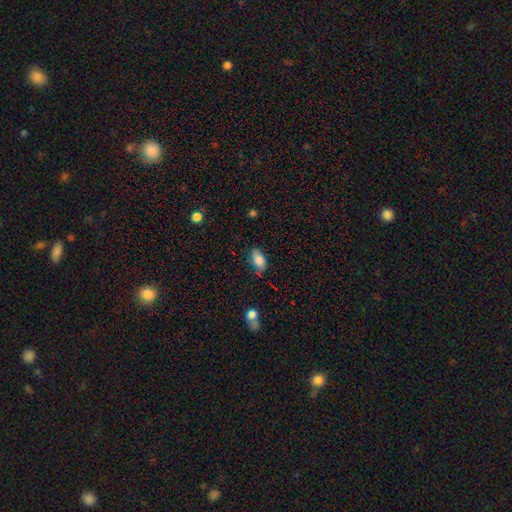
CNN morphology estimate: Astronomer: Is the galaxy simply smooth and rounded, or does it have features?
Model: smooth — 75%.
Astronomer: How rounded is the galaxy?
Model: in between — 89%.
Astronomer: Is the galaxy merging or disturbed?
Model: none — 72%.